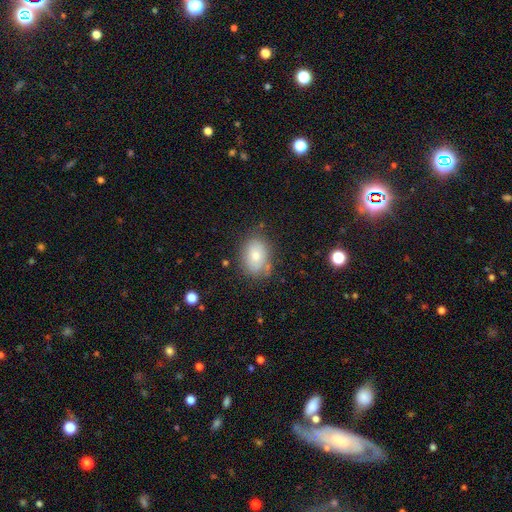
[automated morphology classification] Smooth or featured: smooth — 74% (featured or disk — 17%)
How rounded: in between — 77% (round — 22%)
Merging: none — 70% (minor disturbance — 21%)